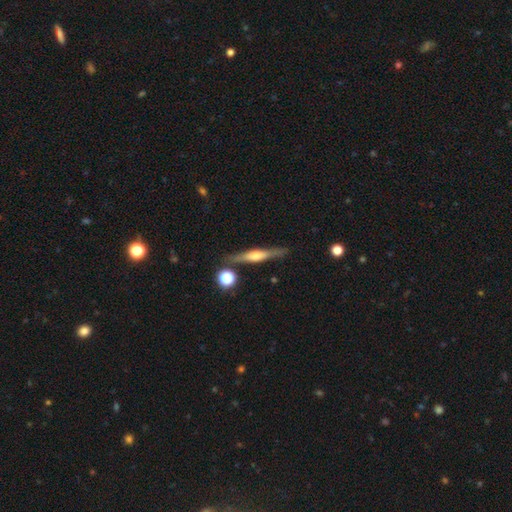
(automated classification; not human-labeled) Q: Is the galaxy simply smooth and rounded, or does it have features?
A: featured or disk — 66%.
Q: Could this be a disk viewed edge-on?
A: yes — 96%.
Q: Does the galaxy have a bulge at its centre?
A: rounded — 82%.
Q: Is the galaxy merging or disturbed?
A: none — 83%.